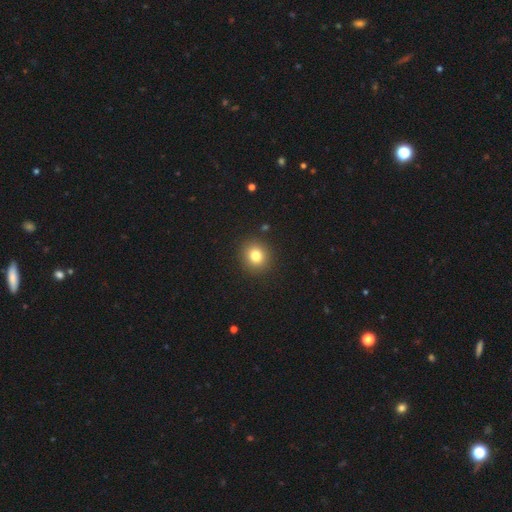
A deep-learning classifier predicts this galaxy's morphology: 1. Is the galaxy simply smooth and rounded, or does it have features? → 80% smooth, 12% star or artifact, 8% featured or disk.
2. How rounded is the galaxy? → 86% round, 13% in between, 1% cigar-shaped.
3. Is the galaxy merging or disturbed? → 91% none, 6% minor disturbance, 2% major disturbance, 1% merger.